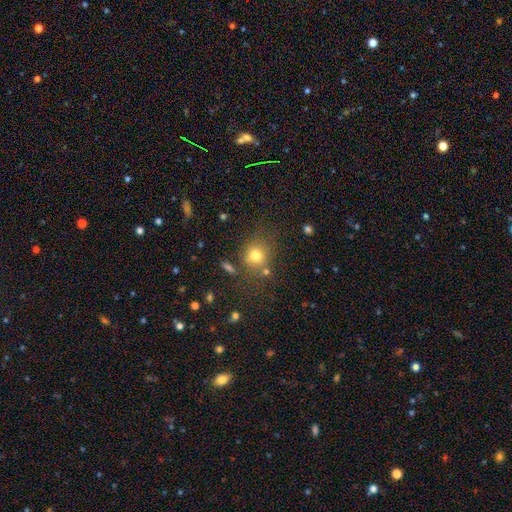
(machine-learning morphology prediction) Smooth or featured?
  - smooth: 75% *
  - star or artifact: 15%
  - featured or disk: 10%
How rounded?
  - round: 76% *
  - in between: 22%
  - cigar-shaped: 1%
Merging?
  - none: 69% *
  - minor disturbance: 15%
  - merger: 10%
  - major disturbance: 6%